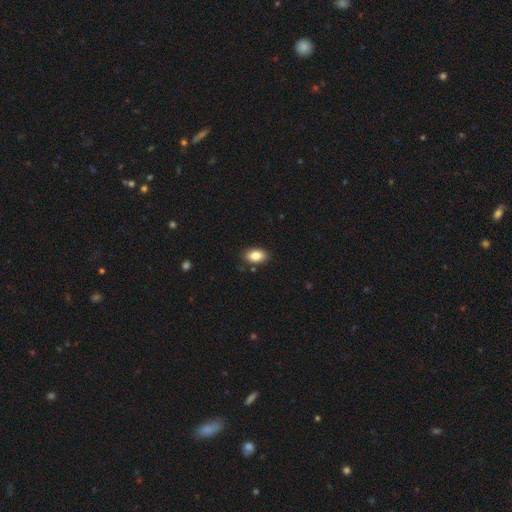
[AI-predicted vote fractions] Smooth or featured: smooth — 85% (star or artifact — 8%)
How rounded: in between — 91% (round — 7%)
Merging: none — 87% (minor disturbance — 10%)